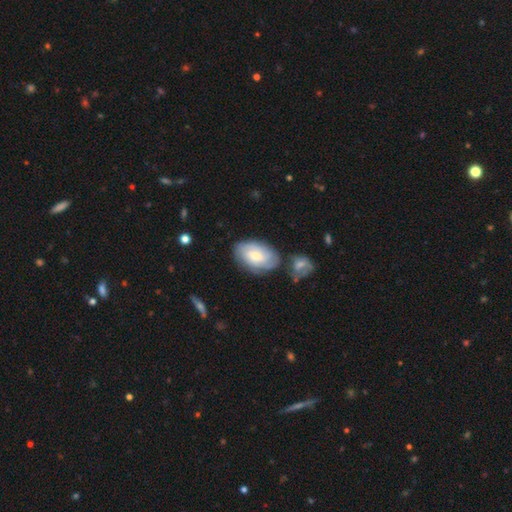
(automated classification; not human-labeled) Smooth or featured: featured or disk — 51% (smooth — 42%)
Edge-on disk: no — 94% (yes — 6%)
Merging: none — 66% (minor disturbance — 17%)